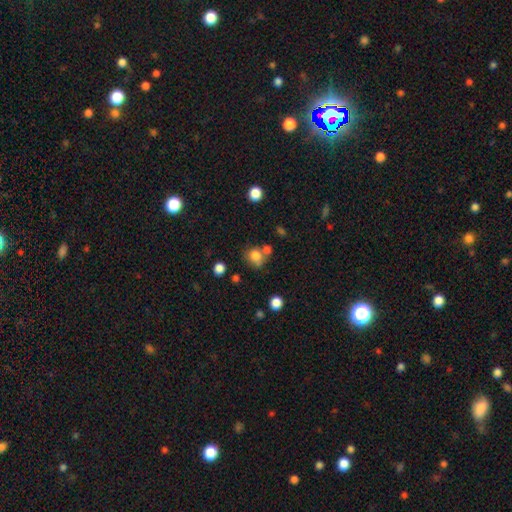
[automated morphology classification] type=smooth (80%); roundness=round (75%); merging=none (55%).